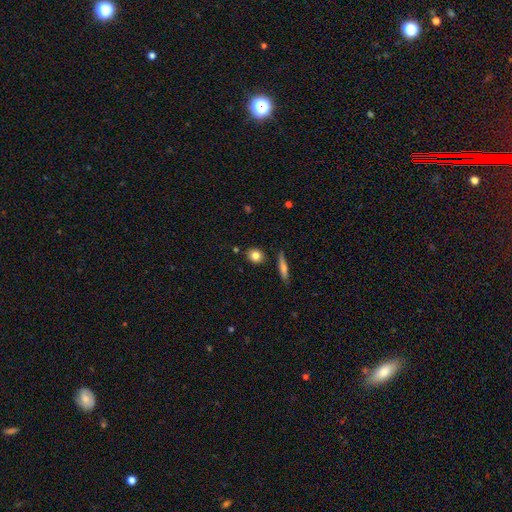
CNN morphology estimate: smooth-or-featured: smooth: 81% | featured or disk: 11% | star or artifact: 9%
  how-rounded: round: 66% | in between: 30% | cigar-shaped: 5%
  merging: none: 83% | minor disturbance: 10% | merger: 4% | major disturbance: 2%